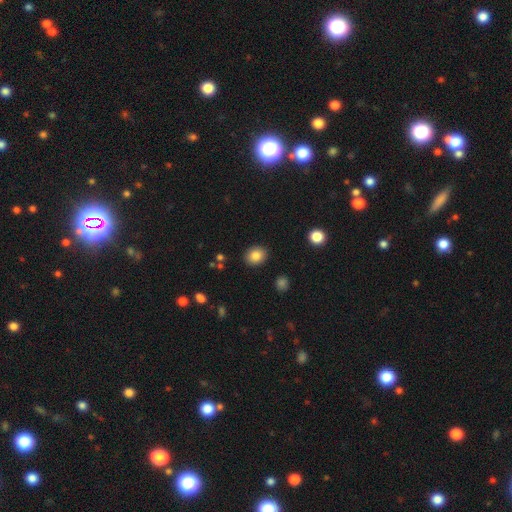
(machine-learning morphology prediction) type=smooth (84%); roundness=round (56%); merging=none (89%).